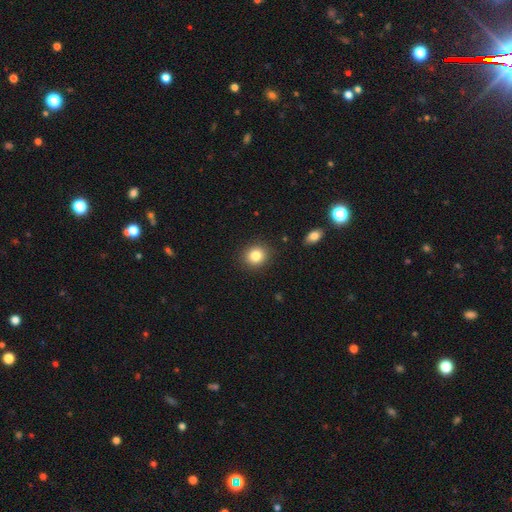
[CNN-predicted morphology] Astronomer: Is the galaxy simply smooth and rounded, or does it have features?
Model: smooth — 83%.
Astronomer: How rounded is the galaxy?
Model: round — 80%.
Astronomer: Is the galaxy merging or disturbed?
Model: none — 89%.